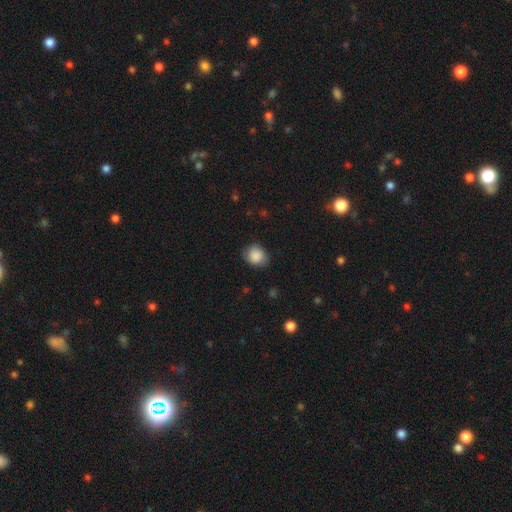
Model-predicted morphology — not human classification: Q: Smooth or featured?
A: smooth (83%); runner-up: featured or disk (9%)
Q: How rounded?
A: round (67%); runner-up: in between (32%)
Q: Merging?
A: none (71%); runner-up: minor disturbance (23%)